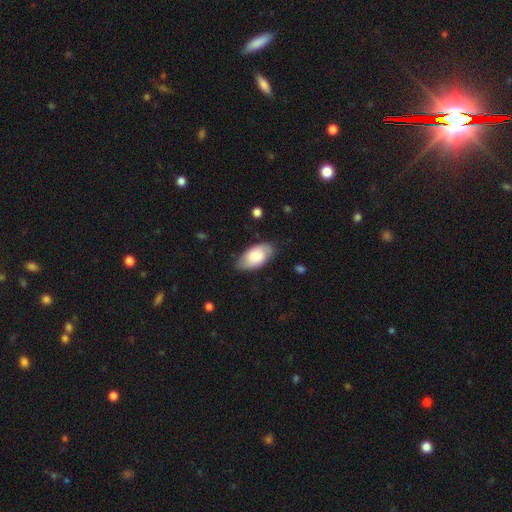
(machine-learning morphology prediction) type=smooth (72%); roundness=in between (95%); merging=none (78%).